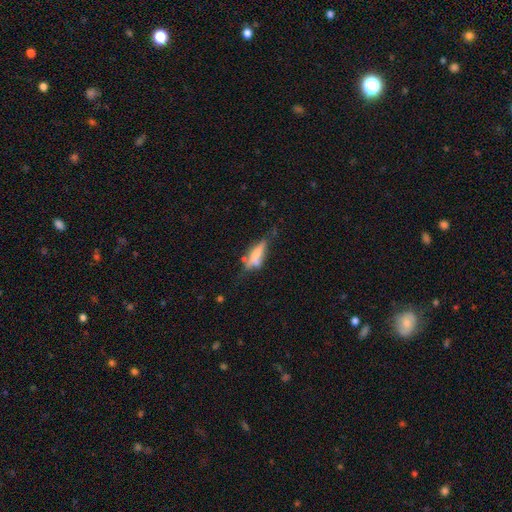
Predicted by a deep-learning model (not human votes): Overall: smooth (49%; featured or disk 42%). Merging: none (44%; minor disturbance 26%).